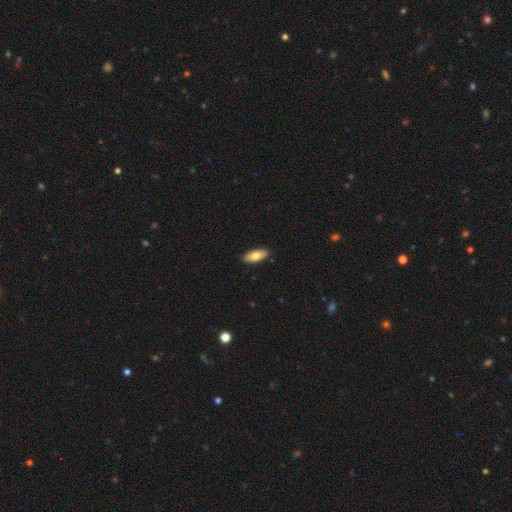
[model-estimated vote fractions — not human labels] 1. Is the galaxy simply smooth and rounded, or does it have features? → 80% smooth, 14% featured or disk, 6% star or artifact.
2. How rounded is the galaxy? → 87% in between, 11% cigar-shaped, 2% round.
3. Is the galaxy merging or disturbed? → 90% none, 8% minor disturbance, 1% major disturbance, 1% merger.